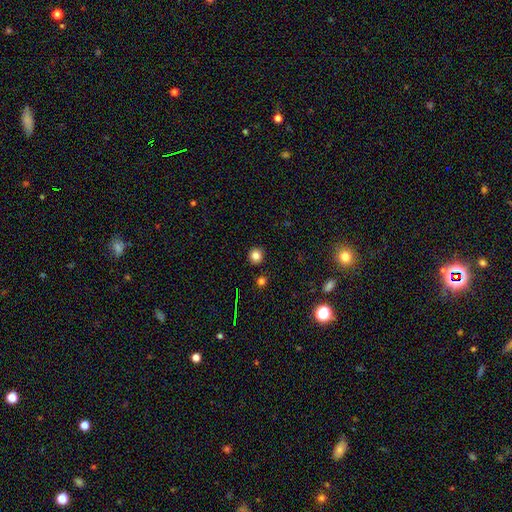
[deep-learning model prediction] Smooth or featured: smooth — 82% (star or artifact — 13%)
How rounded: round — 91% (in between — 8%)
Merging: none — 90% (minor disturbance — 6%)